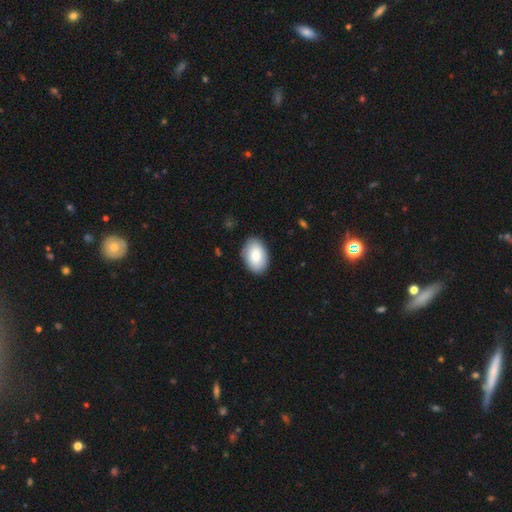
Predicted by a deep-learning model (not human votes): Smooth or featured? smooth (85%)
How rounded? in between (90%)
Merging? none (87%)